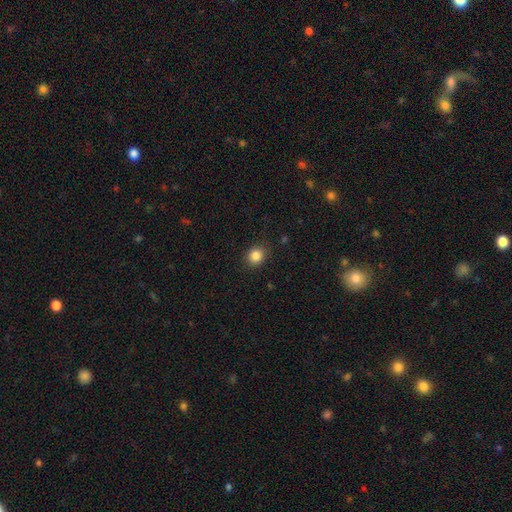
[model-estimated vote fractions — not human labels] Smooth or featured: smooth — 85% (star or artifact — 11%)
How rounded: round — 79% (in between — 20%)
Merging: none — 88% (minor disturbance — 9%)